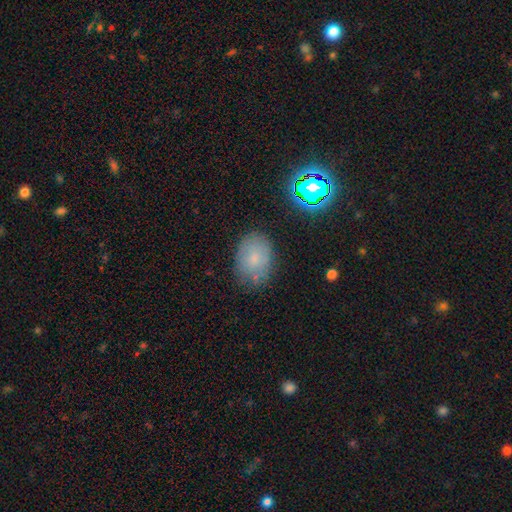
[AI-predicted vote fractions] A smooth galaxy with no disk features (69%) that is in between round and cigar-shaped (75%). Merging: none (75%).